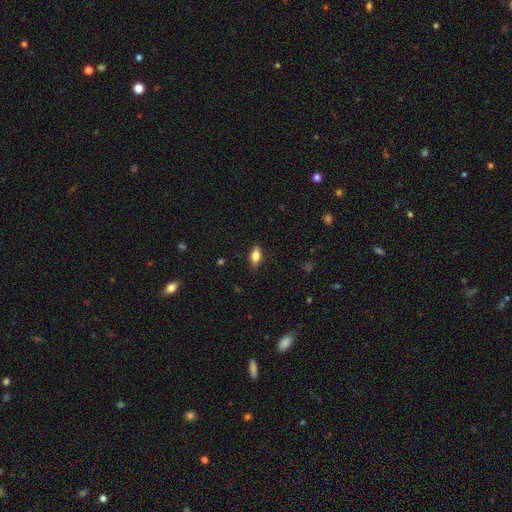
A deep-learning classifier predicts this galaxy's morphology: smooth_or_featured: smooth (p=0.74) [alt: featured or disk p=0.18]
how_rounded: in between (p=0.83) [alt: cigar-shaped p=0.12]
merging: none (p=0.84) [alt: minor disturbance p=0.12]